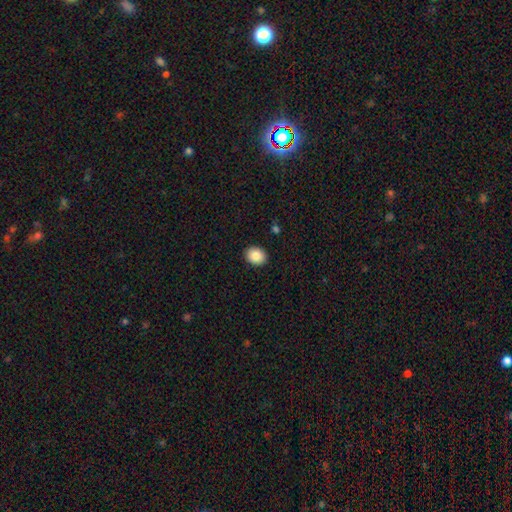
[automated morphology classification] smooth-or-featured: smooth: 86% | star or artifact: 8% | featured or disk: 5%
  how-rounded: round: 56% | in between: 43% | cigar-shaped: 1%
  merging: none: 91% | minor disturbance: 6% | major disturbance: 2% | merger: 1%